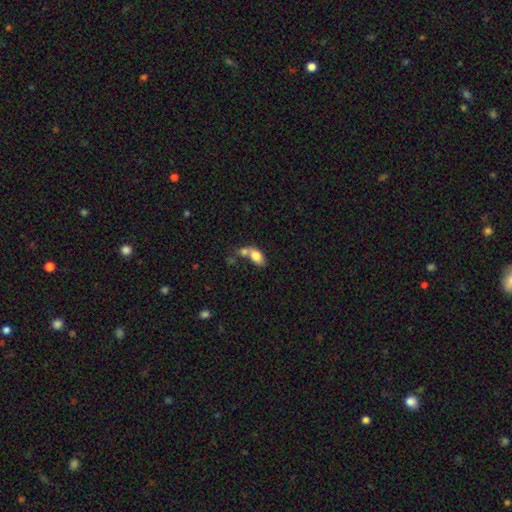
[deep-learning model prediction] This is likely a smooth galaxy (78%). How rounded: clearly in between (87%). Merging: possibly merger (49%).